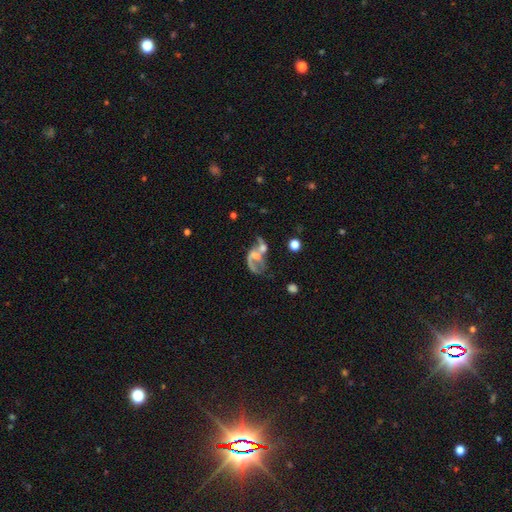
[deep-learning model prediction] Smooth or featured?
  - featured or disk: 65% *
  - smooth: 23%
  - star or artifact: 12%
Edge-on disk?
  - no: 97% *
  - yes: 3%
Bar?
  - no: 57% *
  - weak: 30%
  - strong: 13%
Spiral arms?
  - yes: 65% *
  - no: 35%
Bulge size?
  - small: 37% *
  - moderate: 33%
  - none: 23%
  - large: 5%
  - dominant: 2%
Merging?
  - merger: 45% *
  - major disturbance: 26%
  - none: 18%
  - minor disturbance: 10%